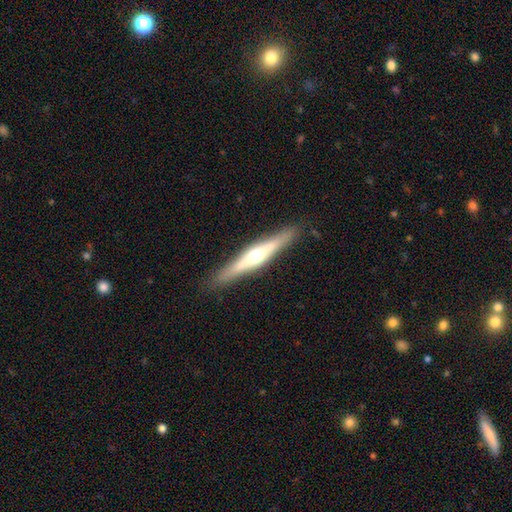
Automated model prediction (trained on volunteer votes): A featured or disk galaxy (66%) viewed edge-on (95%) with a rounded central bulge (89%).

Vote fractions:
- Smooth or featured? featured or disk: 66% / smooth: 28% / star or artifact: 6%
- Edge-on disk? yes: 95% / no: 5%
- Edge-on bulge? rounded: 89% / none: 5% / boxy: 5%
- Merging? none: 88% / minor disturbance: 9% / major disturbance: 2% / merger: 1%